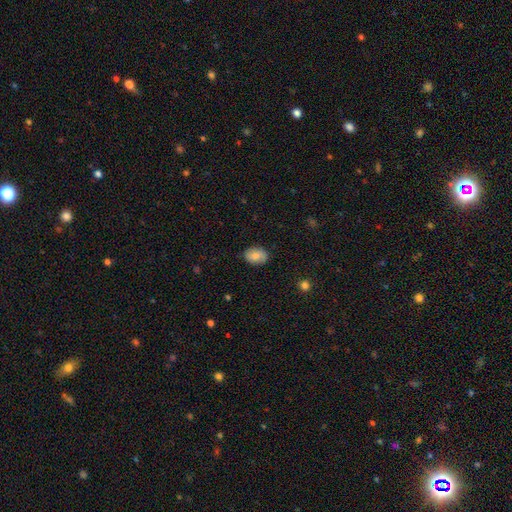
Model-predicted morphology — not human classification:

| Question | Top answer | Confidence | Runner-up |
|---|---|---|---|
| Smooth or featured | smooth | 76% | featured or disk (17%) |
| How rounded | in between | 77% | round (22%) |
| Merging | none | 84% | minor disturbance (13%) |